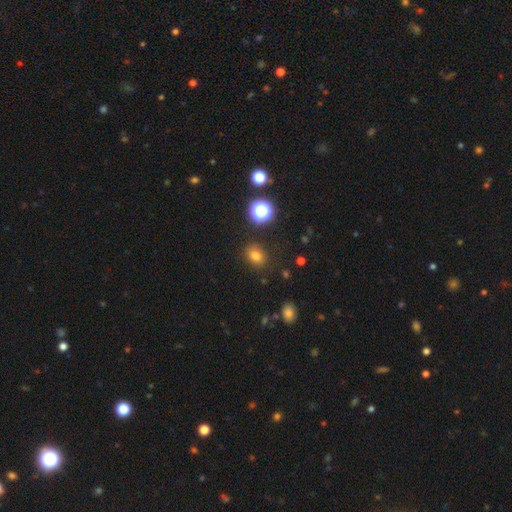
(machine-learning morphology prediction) The model was most divided on "how rounded": in between: 51%, round: 47%, cigar-shaped: 1%. More confident: merging — none (83%); smooth or featured — smooth (76%).